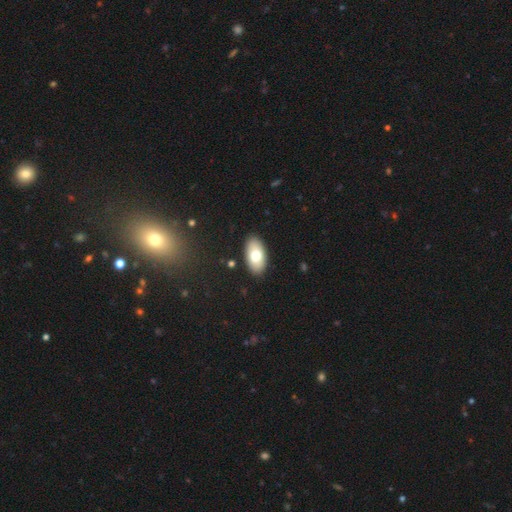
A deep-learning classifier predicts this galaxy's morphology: smooth-or-featured: smooth: 74% | featured or disk: 19% | star or artifact: 7%
  how-rounded: in between: 95% | round: 3% | cigar-shaped: 2%
  merging: none: 89% | minor disturbance: 8% | major disturbance: 2% | merger: 1%